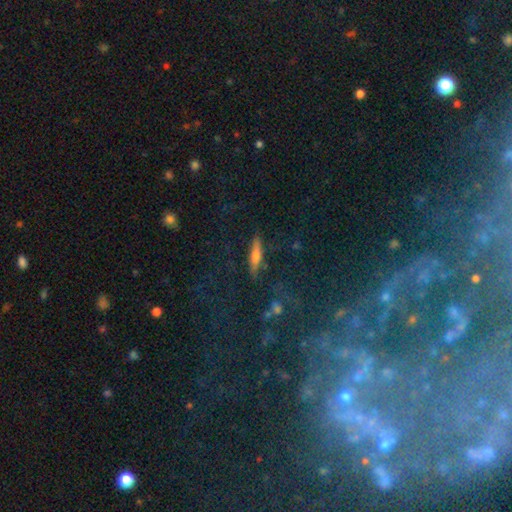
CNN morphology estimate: A smooth galaxy with no disk features (52%) that is cigar-shaped (80%).

Vote fractions:
- Smooth or featured? smooth: 52% / featured or disk: 36% / star or artifact: 12%
- How rounded? cigar-shaped: 80% / in between: 16% / round: 4%
- Merging? none: 83% / minor disturbance: 12% / major disturbance: 3% / merger: 2%